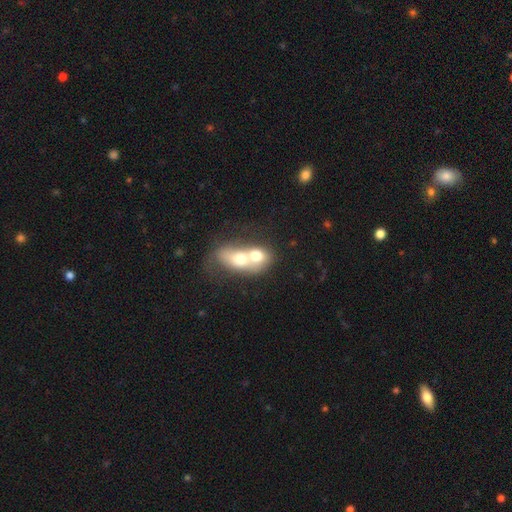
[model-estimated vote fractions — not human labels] smooth-or-featured: smooth: 62% | featured or disk: 30% | star or artifact: 8%
  how-rounded: in between: 62% | round: 34% | cigar-shaped: 4%
  merging: merger: 80% | none: 10% | major disturbance: 5% | minor disturbance: 5%